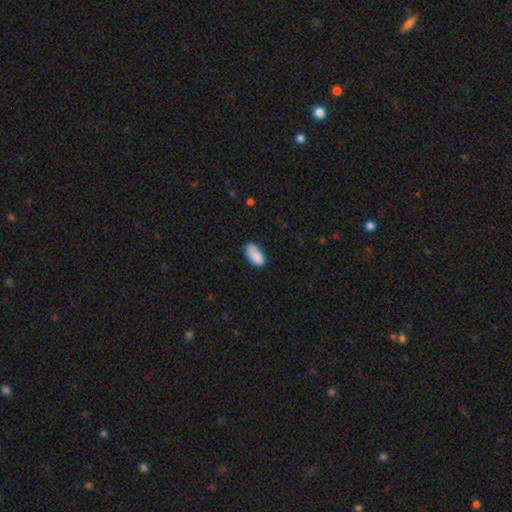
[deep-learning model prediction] Smooth or featured?
  - smooth: 83% *
  - featured or disk: 9%
  - star or artifact: 8%
How rounded?
  - in between: 93% *
  - cigar-shaped: 4%
  - round: 3%
Merging?
  - none: 59% *
  - minor disturbance: 30%
  - major disturbance: 7%
  - merger: 4%